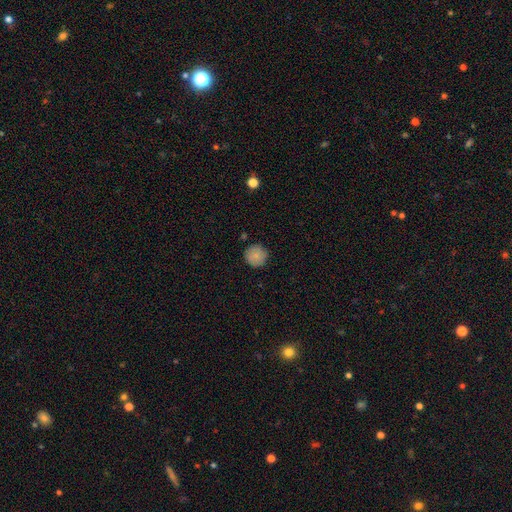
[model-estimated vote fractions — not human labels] smooth 83%, featured or disk 9%, star or artifact 8%. Down the decision tree: how rounded — round (95%); merging — none (88%).